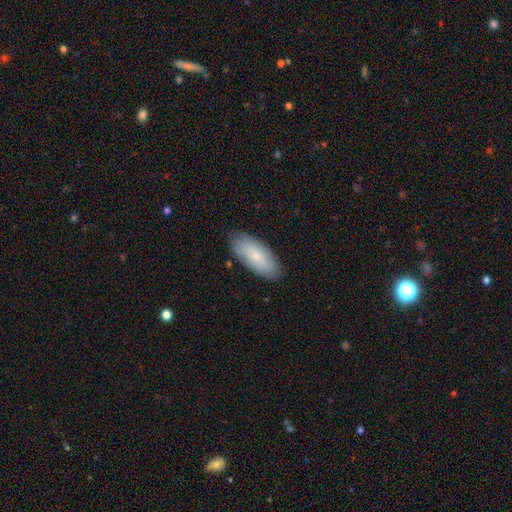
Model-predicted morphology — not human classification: smooth_or_featured: smooth (p=0.74) [alt: featured or disk p=0.19]
how_rounded: in between (p=0.86) [alt: cigar-shaped p=0.12]
merging: none (p=0.84) [alt: minor disturbance p=0.12]